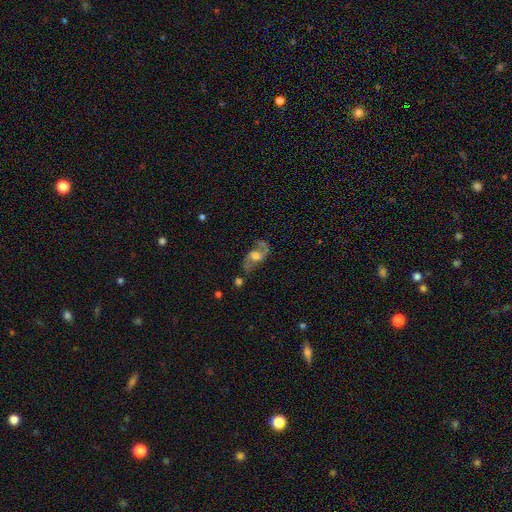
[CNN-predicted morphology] This is likely a featured or disk galaxy (79%). It is clearly not viewed edge-on (94%). Bar: marginally no (44%). Spiral arm pattern: clearly yes (91%). Spiral arm count: clearly 2 (90%). Spiral winding: likely loose (64%). Central bulge: possibly moderate (54%). Merging: possibly none (58%).